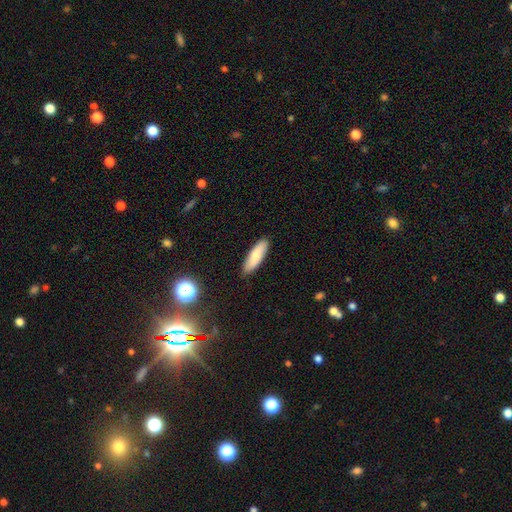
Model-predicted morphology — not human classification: smooth 80%, featured or disk 14%, star or artifact 6%. Down the decision tree: how rounded — cigar-shaped (55%); merging — none (88%).